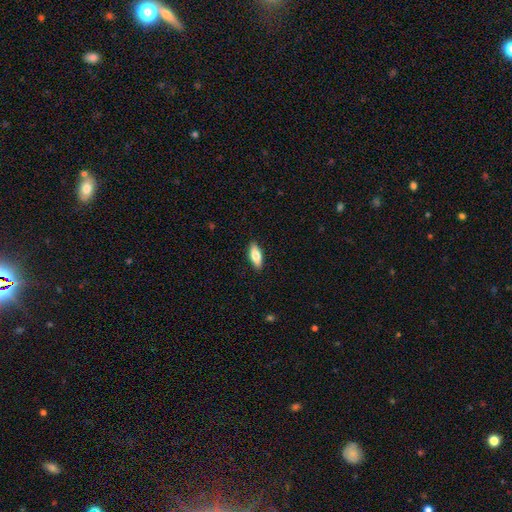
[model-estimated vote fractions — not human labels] This appears to be a smooth galaxy with no disk features (76%) that is in between round and cigar-shaped (67%). Merging: none (89%).